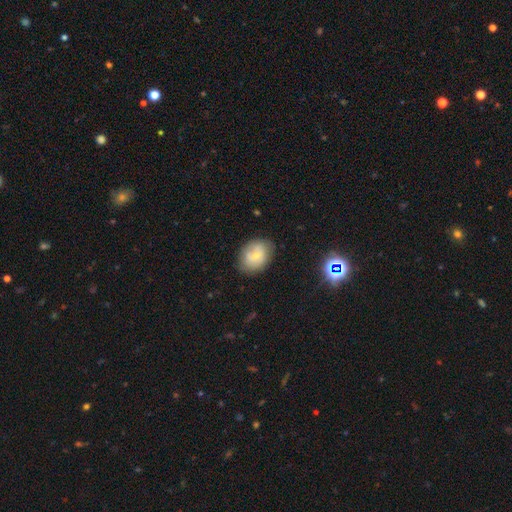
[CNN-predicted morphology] Smooth or featured? smooth (61%)
How rounded? in between (62%)
Merging? none (73%)